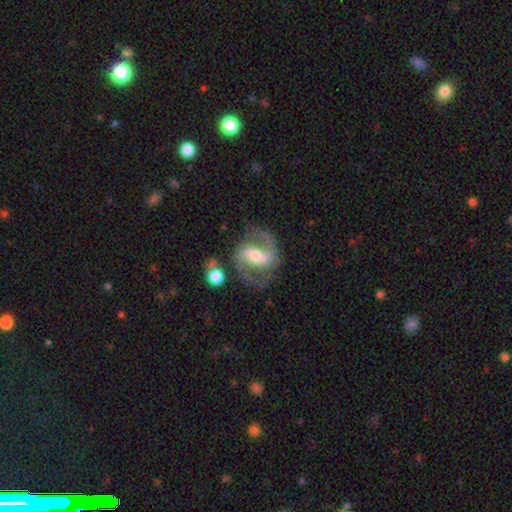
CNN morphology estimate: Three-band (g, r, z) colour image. It shows a featured or disk galaxy (89%) with a strong bar (45%), 2 (93%) medium (61%) spiral arms (97%) and a moderate central bulge (51%). Merging: none (77%).